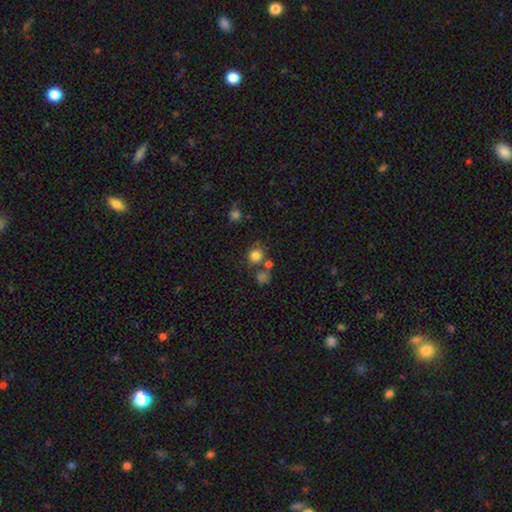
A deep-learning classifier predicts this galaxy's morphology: type=smooth (79%); roundness=round (88%); merging=none (67%).